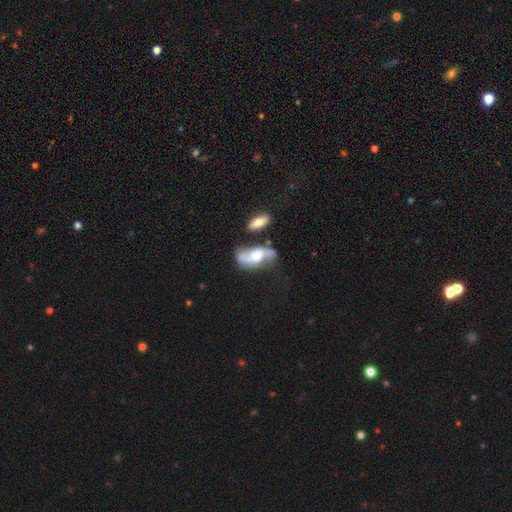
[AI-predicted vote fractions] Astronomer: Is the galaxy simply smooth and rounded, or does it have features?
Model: featured or disk — 65%.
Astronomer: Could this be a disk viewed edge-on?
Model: no — 90%.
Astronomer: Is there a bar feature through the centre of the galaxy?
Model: no — 62%.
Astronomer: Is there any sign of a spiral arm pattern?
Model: yes — 82%.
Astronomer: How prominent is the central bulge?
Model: moderate — 55%.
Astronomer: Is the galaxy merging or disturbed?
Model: none — 42% (runner-up: minor disturbance, 23%).